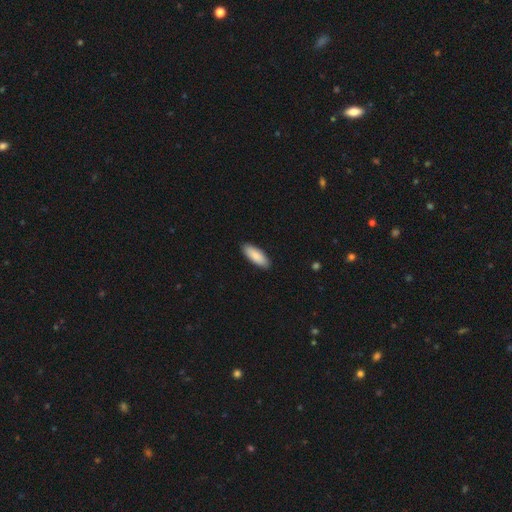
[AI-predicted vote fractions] smooth 89%, featured or disk 6%, star or artifact 5%. Down the decision tree: how rounded — in between (65%); merging — none (90%).